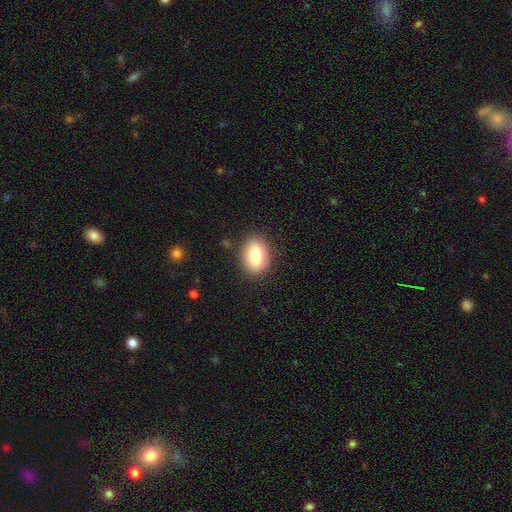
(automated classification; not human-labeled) A smooth galaxy with no disk features (82%) that is in between round and cigar-shaped (79%). Merging: none (86%).